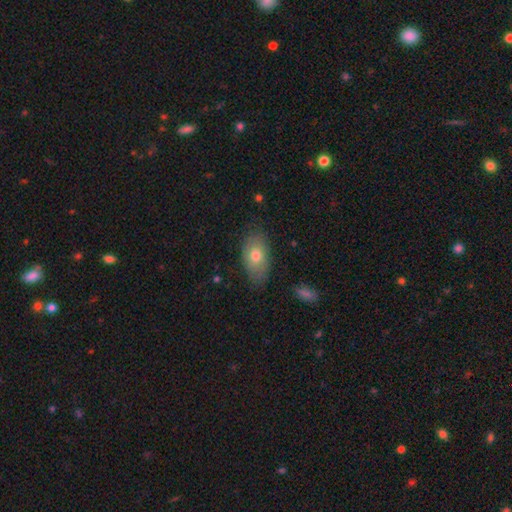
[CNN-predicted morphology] A smooth galaxy with no disk features (73%) that is in between round and cigar-shaped (91%).

Vote fractions:
- Smooth or featured? smooth: 73% / featured or disk: 19% / star or artifact: 7%
- How rounded? in between: 91% / round: 7% / cigar-shaped: 2%
- Merging? none: 76% / minor disturbance: 18% / major disturbance: 4% / merger: 2%